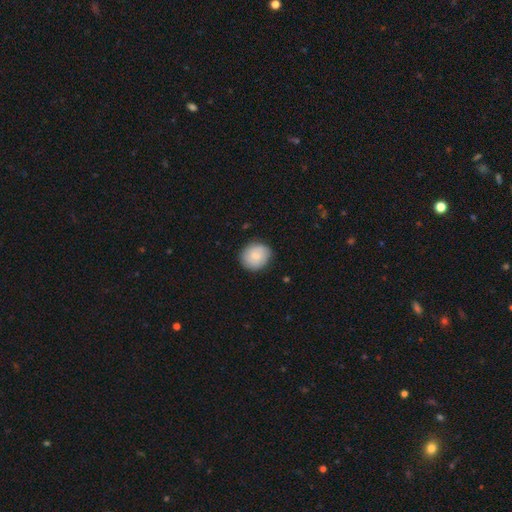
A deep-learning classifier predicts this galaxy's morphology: smooth 73%, featured or disk 20%, star or artifact 7%. Down the decision tree: how rounded — round (80%); merging — none (84%).